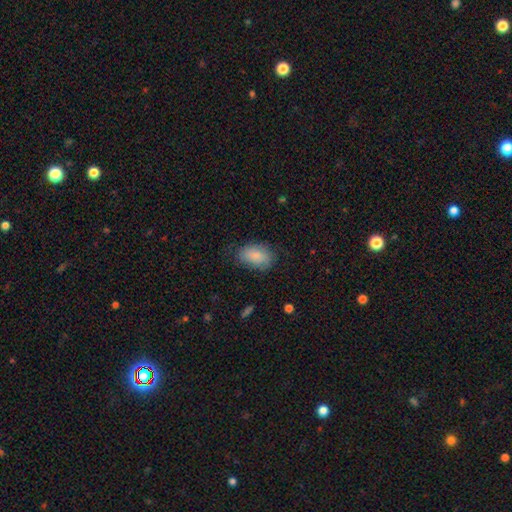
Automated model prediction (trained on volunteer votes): Overall: smooth (86%). How rounded: in between (89%). Merging: none (72%).